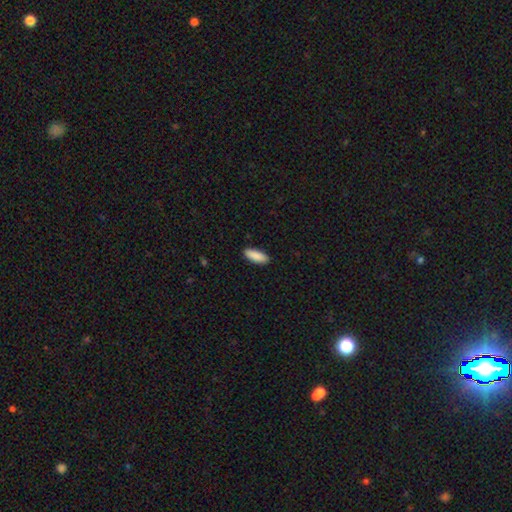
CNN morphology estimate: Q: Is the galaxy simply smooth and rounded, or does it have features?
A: smooth — 91%.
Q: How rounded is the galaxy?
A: in between — 72%.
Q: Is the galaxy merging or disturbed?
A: none — 90%.